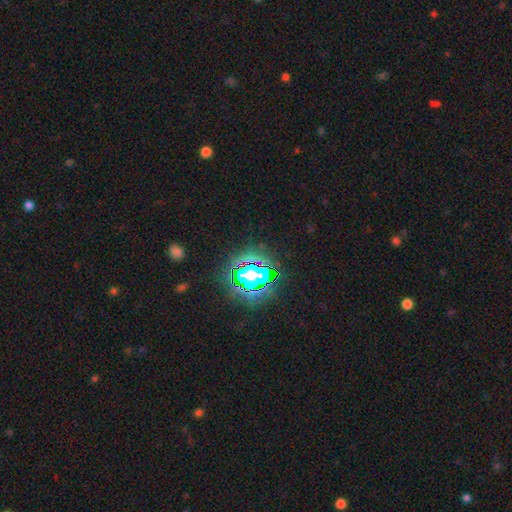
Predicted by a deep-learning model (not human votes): Morphology: type=star or artifact (82%).